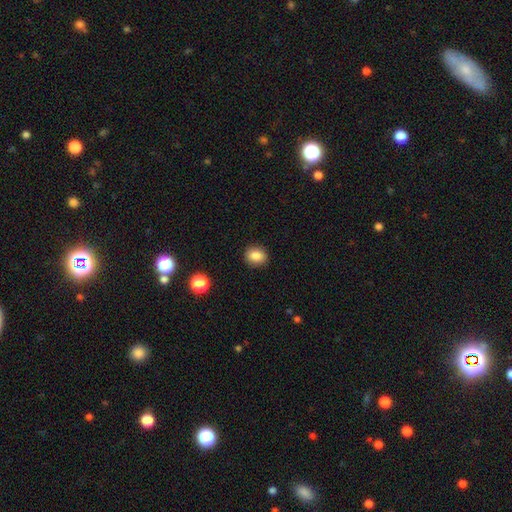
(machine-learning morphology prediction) smooth-or-featured: smooth: 85% | star or artifact: 10% | featured or disk: 5%
  how-rounded: round: 64% | in between: 35% | cigar-shaped: 1%
  merging: none: 90% | minor disturbance: 7% | major disturbance: 2% | merger: 1%